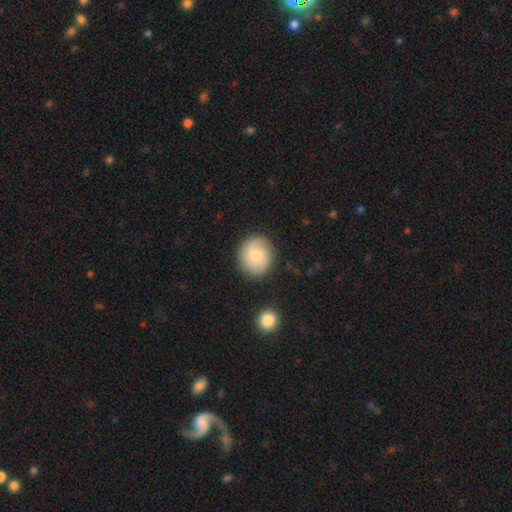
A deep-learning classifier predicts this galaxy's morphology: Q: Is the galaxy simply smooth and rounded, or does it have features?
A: smooth — 74%.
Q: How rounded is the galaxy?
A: round — 79%.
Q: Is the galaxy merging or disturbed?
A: none — 84%.